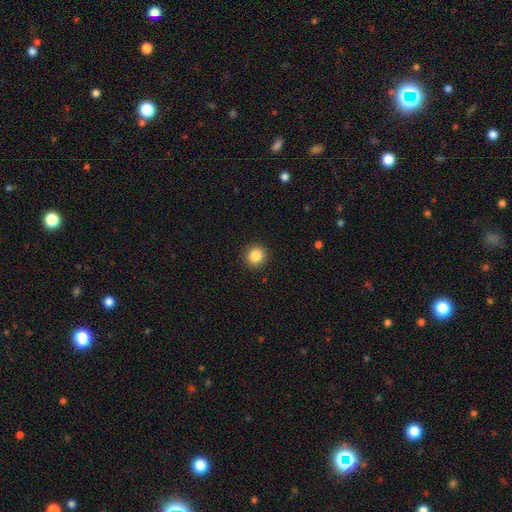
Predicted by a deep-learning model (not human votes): A smooth galaxy with no disk features (86%) that is round (93%).

Vote fractions:
- Smooth or featured? smooth: 86% / star or artifact: 10% / featured or disk: 5%
- How rounded? round: 93% / in between: 6% / cigar-shaped: 1%
- Merging? none: 92% / minor disturbance: 5% / major disturbance: 2% / merger: 1%